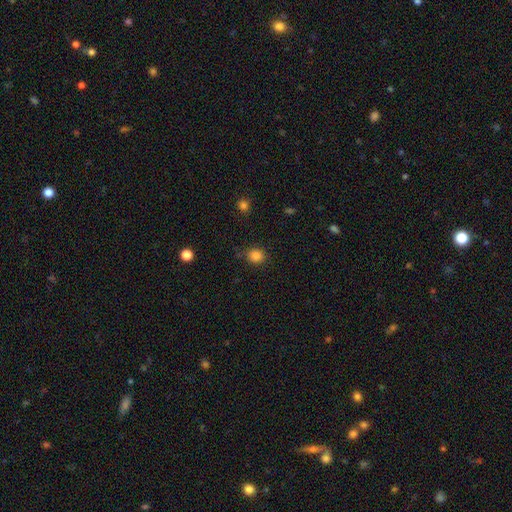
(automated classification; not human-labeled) Smooth or featured?
  - smooth: 85% *
  - star or artifact: 12%
  - featured or disk: 4%
How rounded?
  - round: 79% *
  - in between: 21%
  - cigar-shaped: 1%
Merging?
  - none: 85% *
  - minor disturbance: 10%
  - major disturbance: 3%
  - merger: 2%